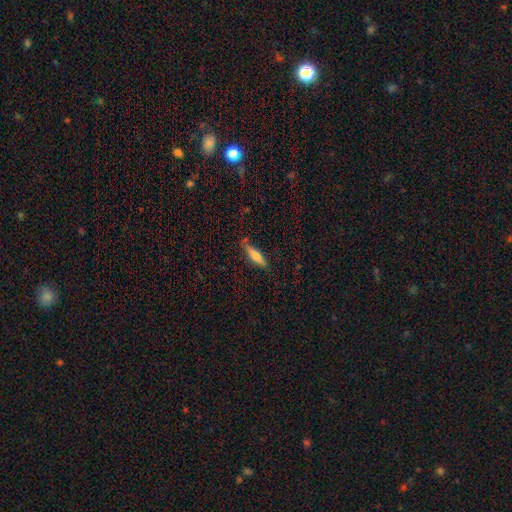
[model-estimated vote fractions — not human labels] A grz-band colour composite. It shows a smooth galaxy with no disk features (65%) that is cigar-shaped (72%). Merging: none (79%).